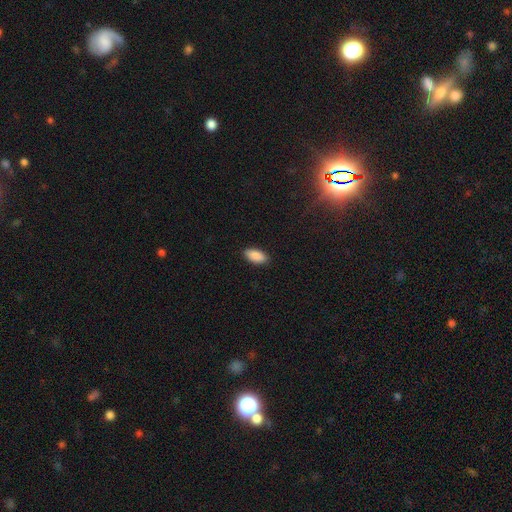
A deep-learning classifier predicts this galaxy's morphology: smooth_or_featured: smooth (p=0.90) [alt: star or artifact p=0.07]
how_rounded: in between (p=0.92) [alt: cigar-shaped p=0.06]
merging: none (p=0.89) [alt: minor disturbance p=0.08]